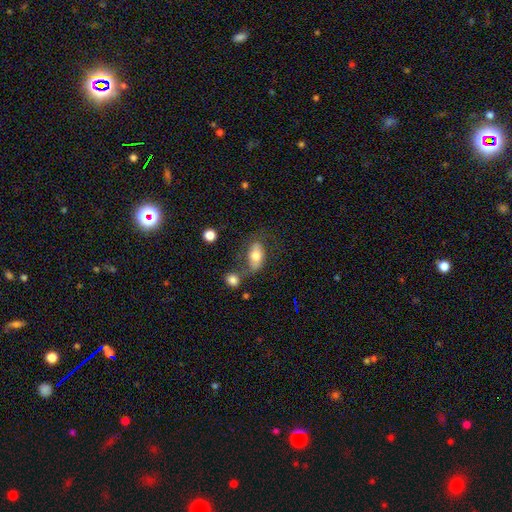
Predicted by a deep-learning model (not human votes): Smooth or featured? smooth (65%)
How rounded? in between (89%)
Merging? none (49%)